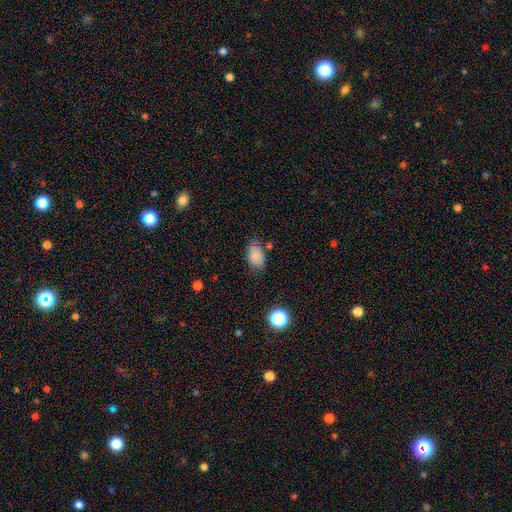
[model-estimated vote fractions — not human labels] Smooth or featured?
  - smooth: 84% *
  - star or artifact: 9%
  - featured or disk: 7%
How rounded?
  - in between: 89% *
  - round: 10%
  - cigar-shaped: 1%
Merging?
  - none: 70% *
  - minor disturbance: 21%
  - major disturbance: 5%
  - merger: 4%